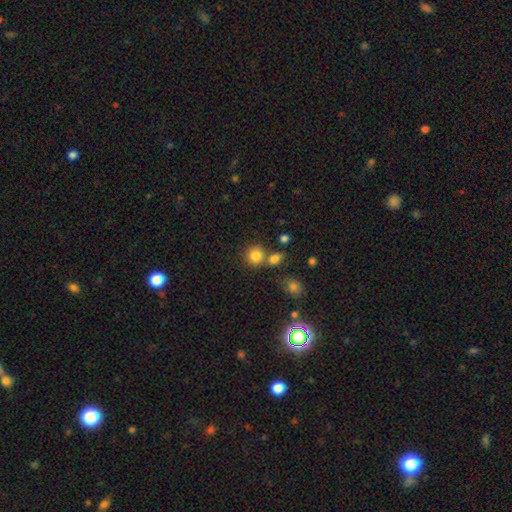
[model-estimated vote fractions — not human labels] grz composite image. It shows a smooth galaxy with no disk features (80%) that is round (86%). Merging: none (62%).